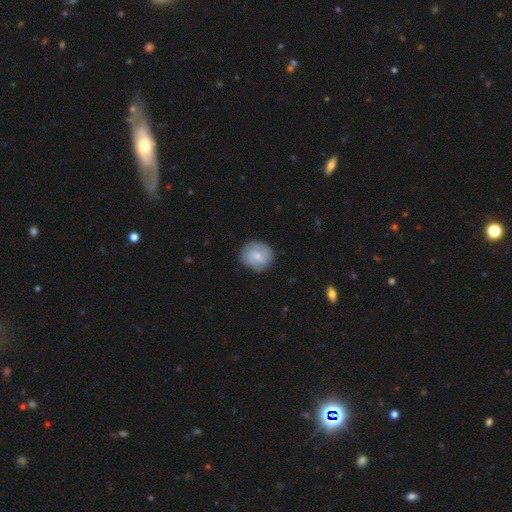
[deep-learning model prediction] Smooth or featured?
  - smooth: 66% *
  - featured or disk: 27%
  - star or artifact: 7%
How rounded?
  - round: 83% *
  - in between: 15%
  - cigar-shaped: 1%
Merging?
  - none: 78% *
  - minor disturbance: 17%
  - major disturbance: 4%
  - merger: 1%